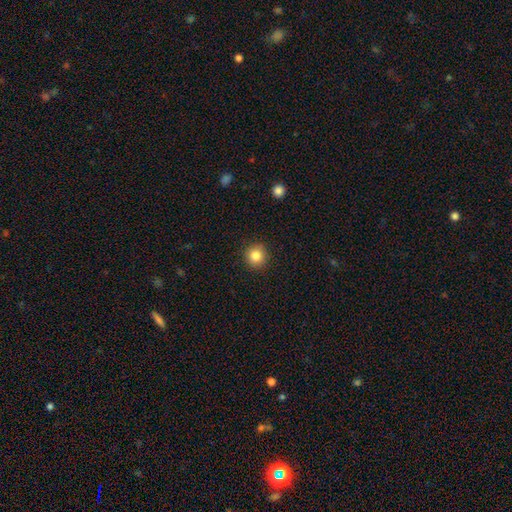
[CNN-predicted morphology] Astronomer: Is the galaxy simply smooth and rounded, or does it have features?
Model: smooth — 85%.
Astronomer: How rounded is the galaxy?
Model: round — 92%.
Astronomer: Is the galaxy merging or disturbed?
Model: none — 91%.